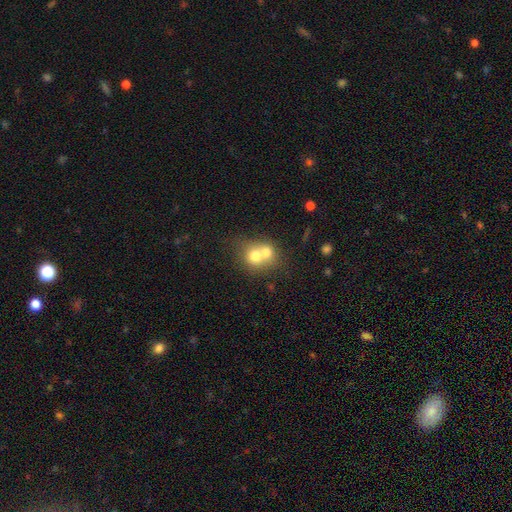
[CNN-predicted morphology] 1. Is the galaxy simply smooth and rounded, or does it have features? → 68% smooth, 22% featured or disk, 10% star or artifact.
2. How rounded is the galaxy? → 73% round, 26% in between, 1% cigar-shaped.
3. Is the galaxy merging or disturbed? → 68% merger, 24% none, 5% minor disturbance, 3% major disturbance.